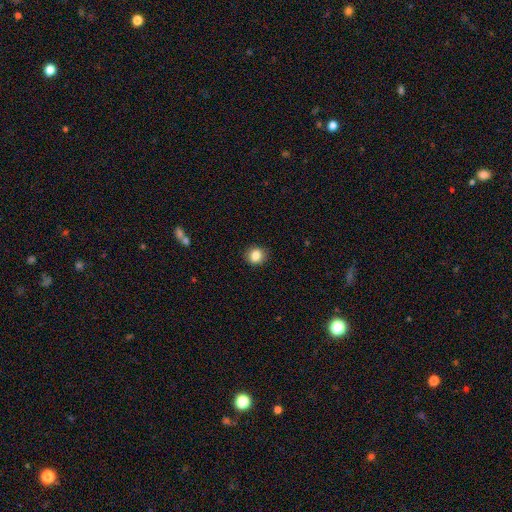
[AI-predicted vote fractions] smooth_or_featured: smooth (p=0.85) [alt: star or artifact p=0.10]
how_rounded: round (p=0.80) [alt: in between p=0.19]
merging: none (p=0.91) [alt: minor disturbance p=0.07]